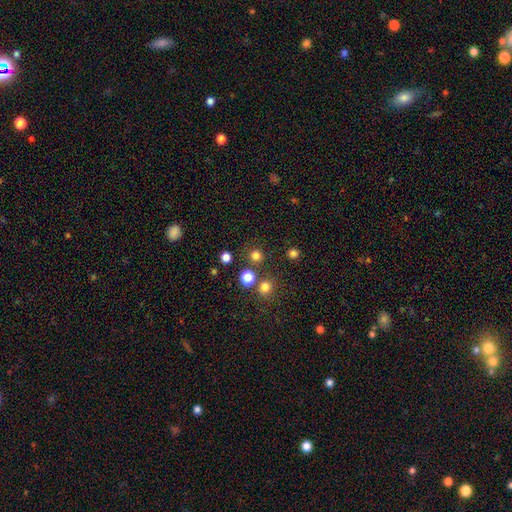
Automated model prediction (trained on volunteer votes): Smooth or featured: smooth — 77% (star or artifact — 19%)
How rounded: round — 93% (in between — 6%)
Merging: none — 83% (merger — 8%)